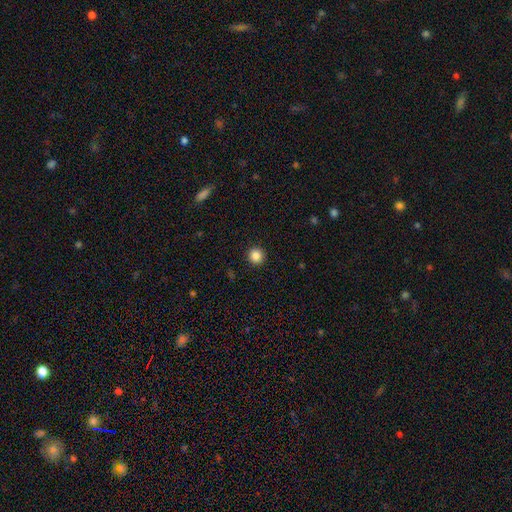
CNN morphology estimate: type=smooth (86%); roundness=round (93%); merging=none (92%).